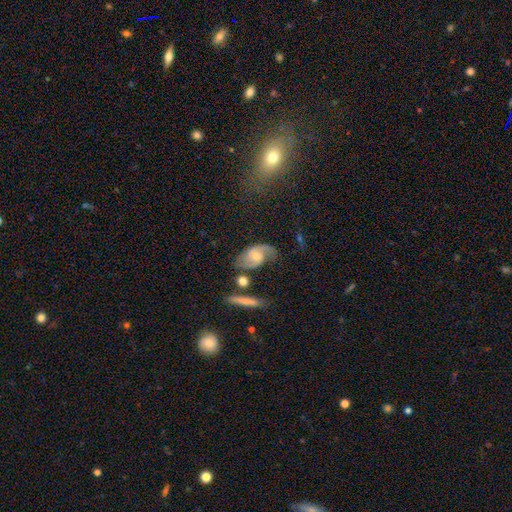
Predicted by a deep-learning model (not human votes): Smooth or featured? featured or disk (73%)
Edge-on disk? no (94%)
Bar? no (57%)
Spiral arms? yes (93%)
Spiral winding? medium (44%)
Spiral arm count? 2 (77%)
Bulge size? small (51%)
Merging? none (55%)